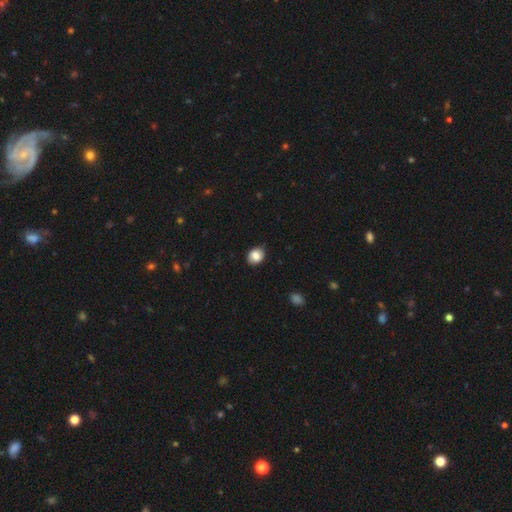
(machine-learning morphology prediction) A smooth galaxy with no disk features (83%) that is round (59%). Merging: none (83%).